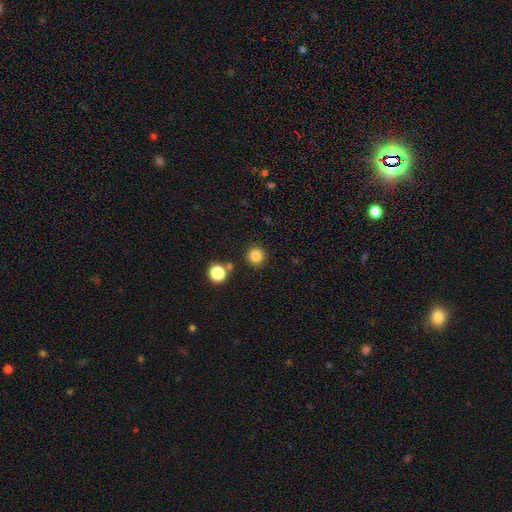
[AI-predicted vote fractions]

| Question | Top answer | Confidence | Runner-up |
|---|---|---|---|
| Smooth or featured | smooth | 83% | star or artifact (13%) |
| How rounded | round | 95% | in between (4%) |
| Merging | none | 88% | minor disturbance (6%) |